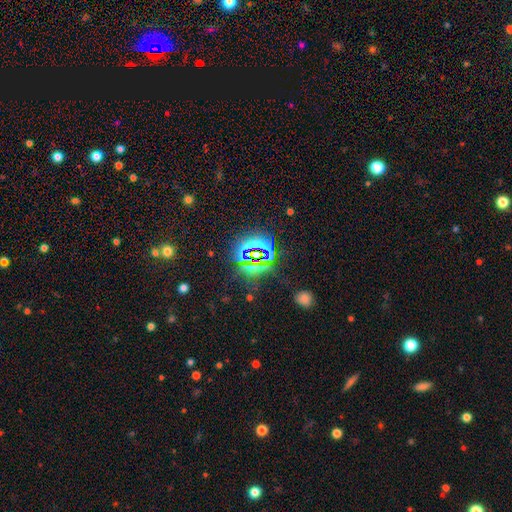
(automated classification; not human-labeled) A star or artifact, not a galaxy (79%).

Vote fractions:
- Smooth or featured? star or artifact: 79% / smooth: 12% / featured or disk: 9%